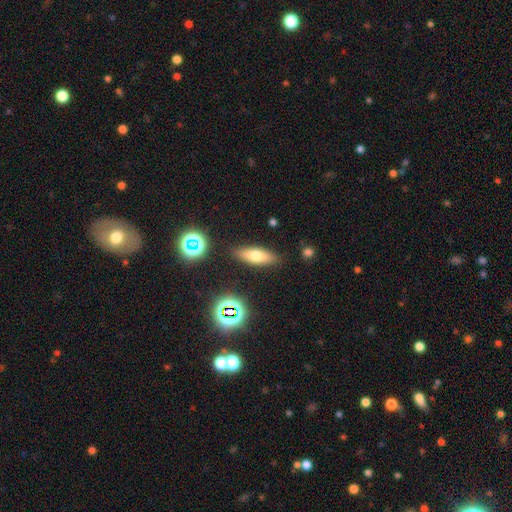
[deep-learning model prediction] The model was most divided on "how rounded": in between: 53%, cigar-shaped: 43%, round: 4%. More confident: merging — none (86%); smooth or featured — smooth (63%).